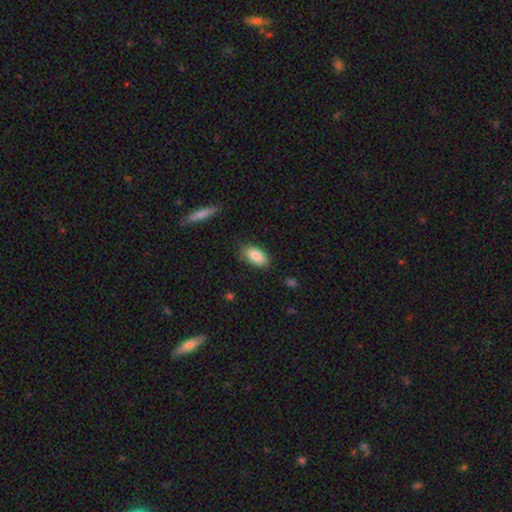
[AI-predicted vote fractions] smooth_or_featured: smooth (p=0.85) [alt: featured or disk p=0.08]
how_rounded: in between (p=0.90) [alt: cigar-shaped p=0.07]
merging: none (p=0.81) [alt: minor disturbance p=0.14]